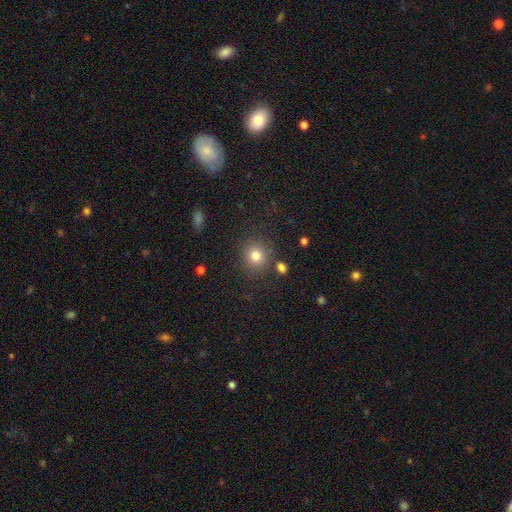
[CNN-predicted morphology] This is likely a smooth galaxy (79%). How rounded: clearly round (89%). Merging: clearly none (84%).